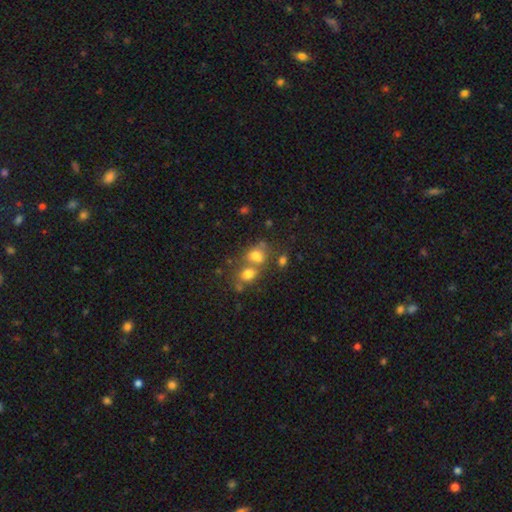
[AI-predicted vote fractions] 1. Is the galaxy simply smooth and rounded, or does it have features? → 69% smooth, 16% star or artifact, 15% featured or disk.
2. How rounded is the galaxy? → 58% in between, 41% round, 2% cigar-shaped.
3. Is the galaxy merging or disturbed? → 51% merger, 32% none, 10% minor disturbance, 7% major disturbance.